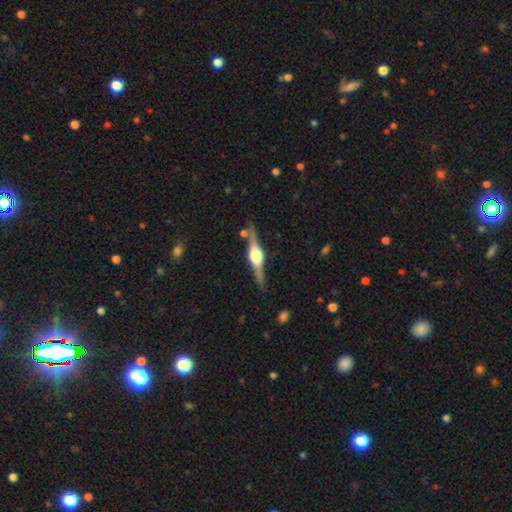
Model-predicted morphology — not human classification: This appears to be a featured or disk galaxy (83%) viewed edge-on (98%) with a rounded central bulge (90%). Merging: none (84%).